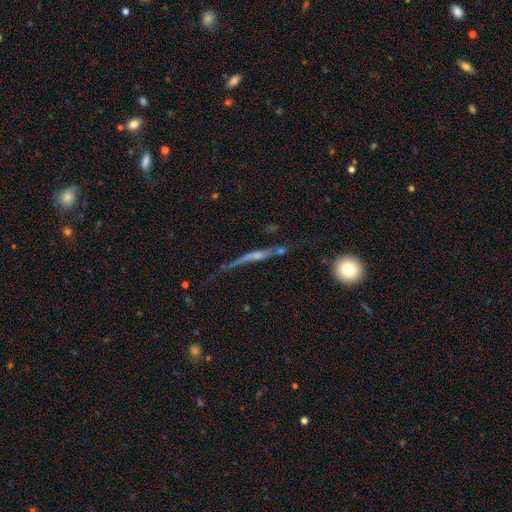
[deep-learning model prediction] Smooth or featured? Predicted: featured or disk (p=0.67). Edge-on disk? Predicted: yes (p=0.82). Edge-on bulge? Predicted: rounded (p=0.54). Merging? Predicted: none (p=0.55).